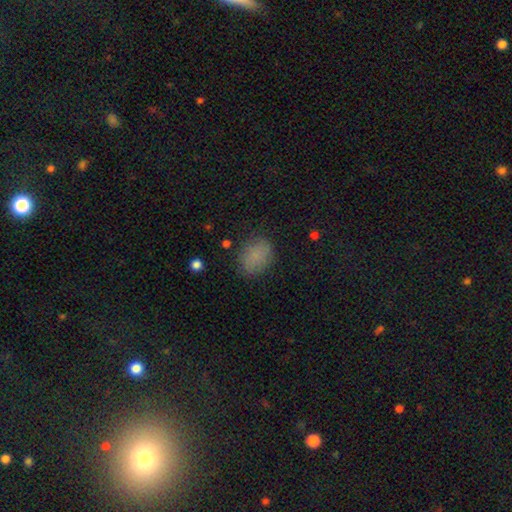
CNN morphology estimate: Smooth or featured? Predicted: smooth (p=0.82). How rounded? Predicted: in between (p=0.68). Merging? Predicted: none (p=0.78).